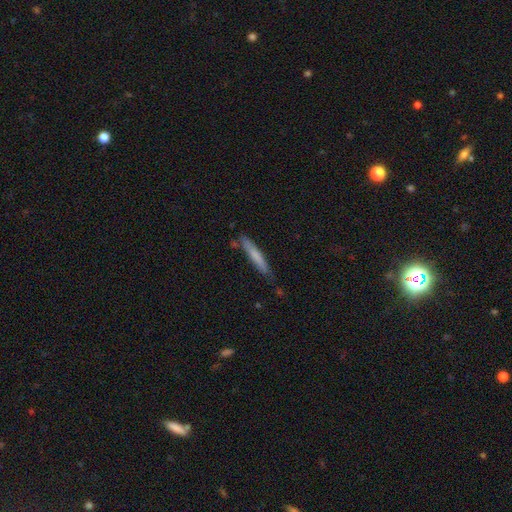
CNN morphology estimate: smooth 69%, featured or disk 25%, star or artifact 6%. Down the decision tree: how rounded — cigar-shaped (94%); merging — none (78%).